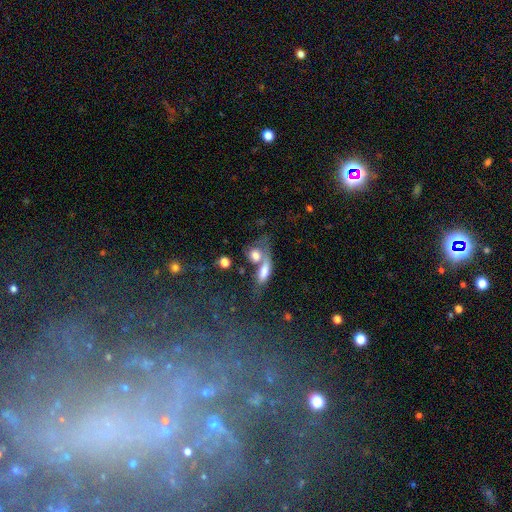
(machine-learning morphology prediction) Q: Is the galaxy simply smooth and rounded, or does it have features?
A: smooth — 72%.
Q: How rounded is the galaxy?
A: in between — 54%.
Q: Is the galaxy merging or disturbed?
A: merger — 51%.